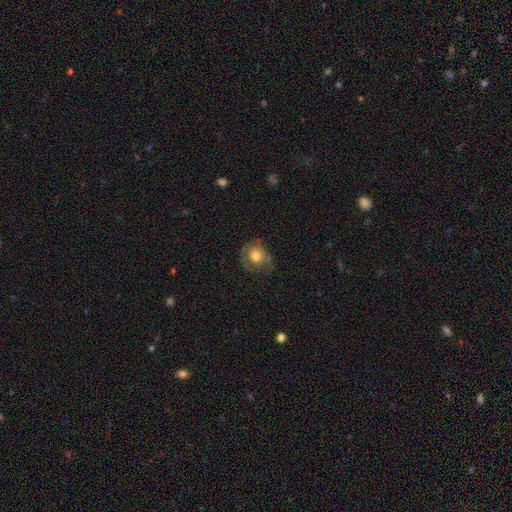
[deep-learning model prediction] A smooth galaxy with no disk features (60%) that is round (72%). Merging: none (55%).